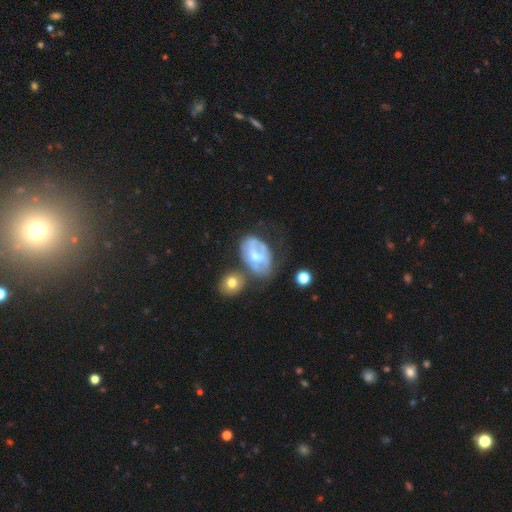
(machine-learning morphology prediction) Overall: featured or disk (59%; smooth 34%). Edge-on disk: no (95%). Bar: no (52%; weak 35%). Spiral arms: no (58%; yes 42%). Bulge size: moderate (61%; small 28%). Merging: none (35%; minor disturbance 26%).